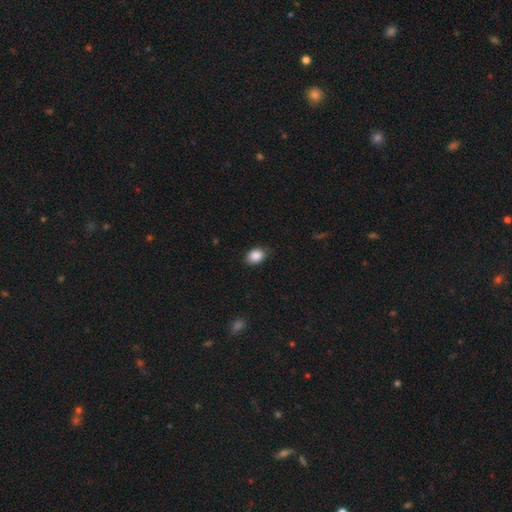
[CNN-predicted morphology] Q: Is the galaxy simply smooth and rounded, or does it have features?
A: smooth — 88%.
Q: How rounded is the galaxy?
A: in between — 75%.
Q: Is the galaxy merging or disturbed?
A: none — 84%.